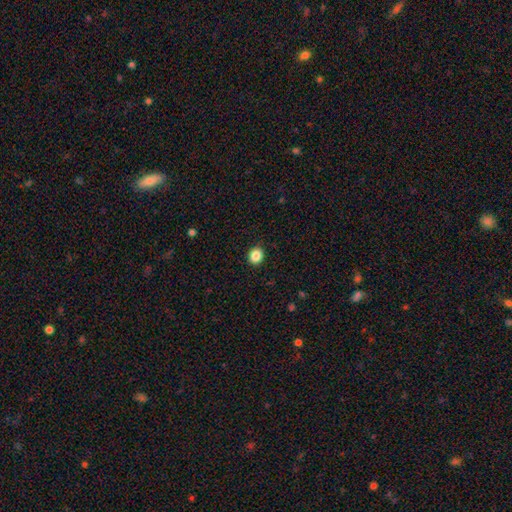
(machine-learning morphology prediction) The model was most divided on "how rounded": round: 76%, in between: 23%, cigar-shaped: 1%. More confident: merging — none (91%); smooth or featured — smooth (87%).